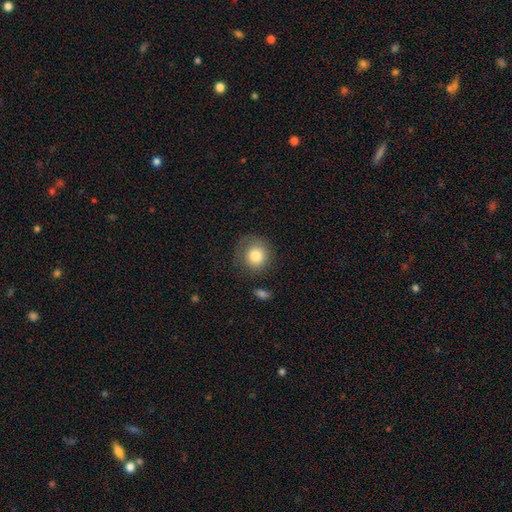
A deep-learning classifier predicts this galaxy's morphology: Smooth or featured?
  - smooth: 81% *
  - featured or disk: 11%
  - star or artifact: 8%
How rounded?
  - round: 88% *
  - in between: 11%
  - cigar-shaped: 1%
Merging?
  - none: 67% *
  - minor disturbance: 19%
  - major disturbance: 10%
  - merger: 3%